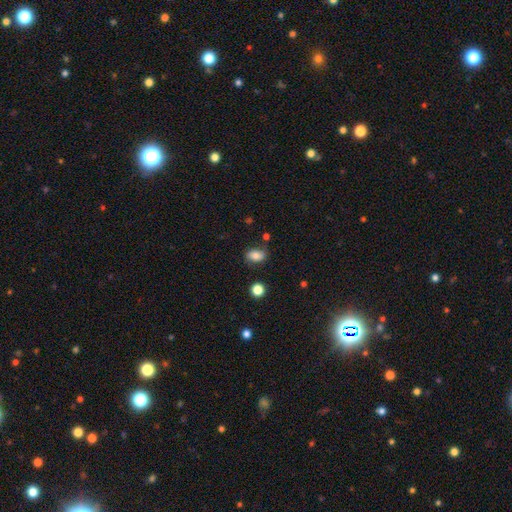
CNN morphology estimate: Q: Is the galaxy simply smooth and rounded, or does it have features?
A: smooth — 78%.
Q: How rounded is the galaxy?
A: in between — 81%.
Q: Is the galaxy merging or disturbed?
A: none — 74%.